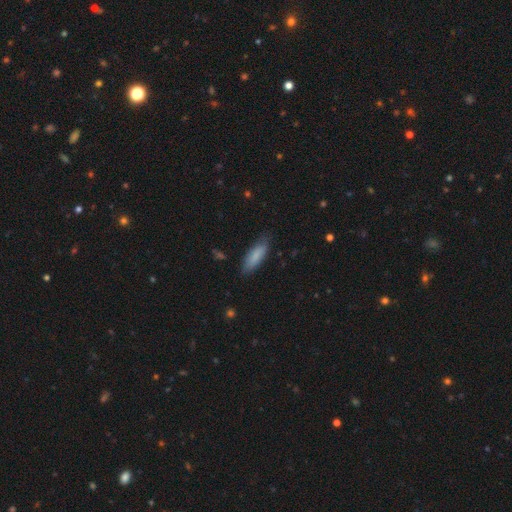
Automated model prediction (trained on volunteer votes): Smooth or featured: smooth — 85% (featured or disk — 9%)
How rounded: in between — 54% (cigar-shaped — 45%)
Merging: none — 80% (minor disturbance — 16%)